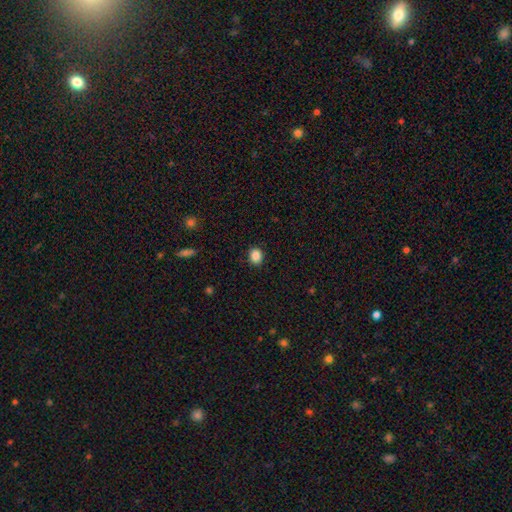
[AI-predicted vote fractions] Q: Smooth or featured?
A: smooth (87%); runner-up: star or artifact (10%)
Q: How rounded?
A: round (62%); runner-up: in between (37%)
Q: Merging?
A: none (90%); runner-up: minor disturbance (7%)